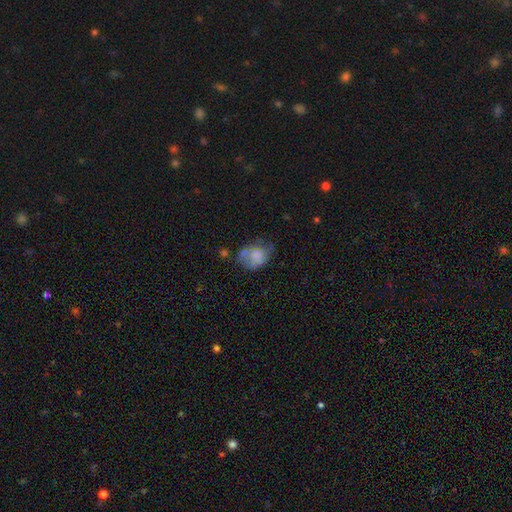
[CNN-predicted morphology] smooth_or_featured: smooth (p=0.66) [alt: featured or disk p=0.25]
how_rounded: in between (p=0.63) [alt: round p=0.36]
merging: none (p=0.35) [alt: minor disturbance p=0.32]